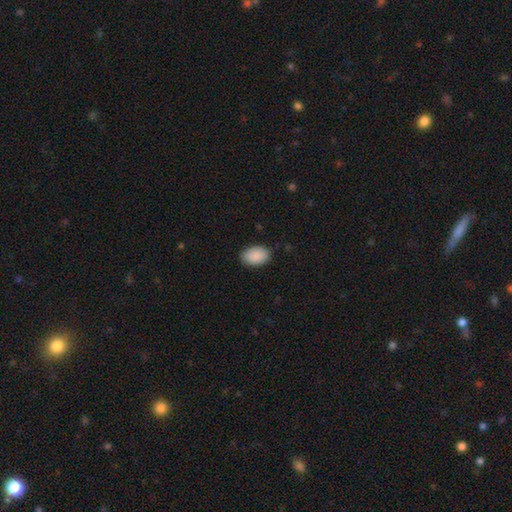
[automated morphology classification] Q: Smooth or featured?
A: smooth (91%); runner-up: star or artifact (6%)
Q: How rounded?
A: in between (90%); runner-up: round (9%)
Q: Merging?
A: none (85%); runner-up: minor disturbance (11%)